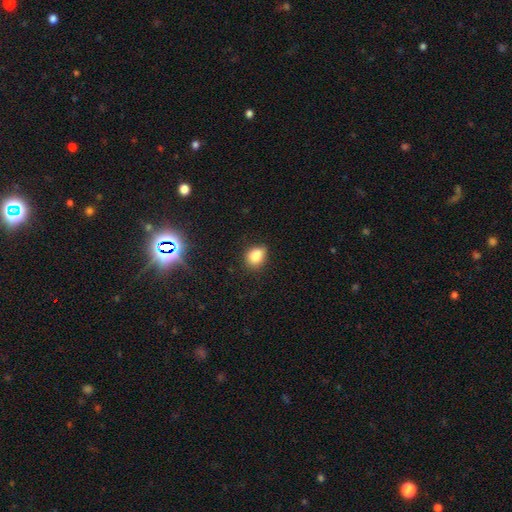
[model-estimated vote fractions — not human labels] This is clearly a smooth galaxy (84%). How rounded: possibly in between (52%). Merging: likely none (69%).